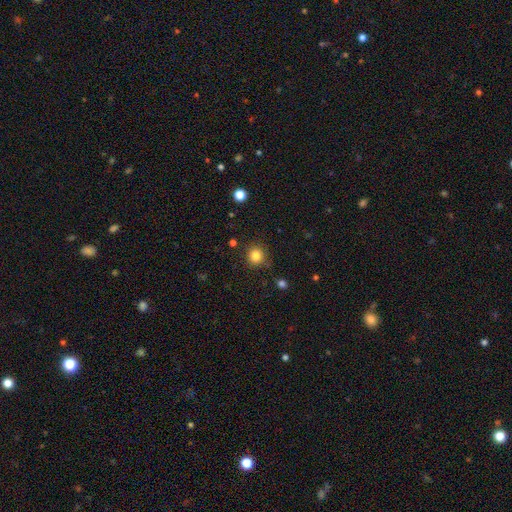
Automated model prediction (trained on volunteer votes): Overall: smooth (83%). How rounded: round (91%). Merging: none (86%).